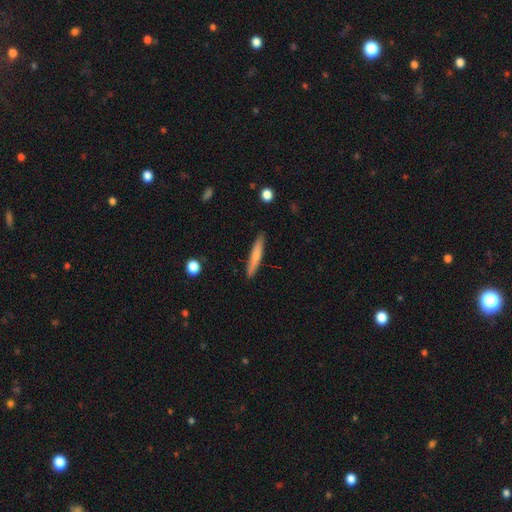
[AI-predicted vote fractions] Smooth or featured? Predicted: smooth (p=0.68). How rounded? Predicted: cigar-shaped (p=0.93). Merging? Predicted: none (p=0.88).